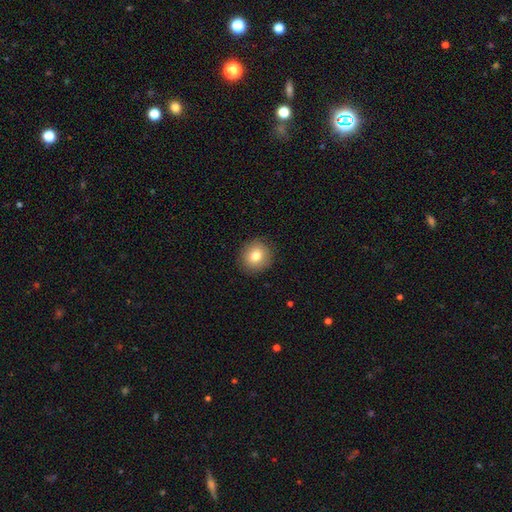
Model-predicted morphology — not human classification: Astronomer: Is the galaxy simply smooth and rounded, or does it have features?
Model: smooth — 78%.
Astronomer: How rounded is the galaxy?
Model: round — 90%.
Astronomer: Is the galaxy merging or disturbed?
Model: none — 90%.